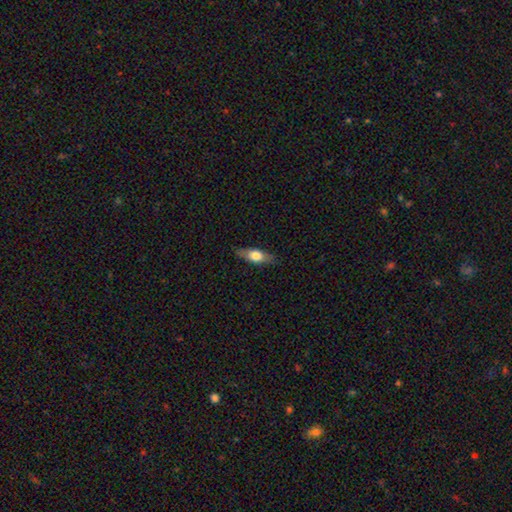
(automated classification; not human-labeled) Q: Smooth or featured?
A: smooth (61%); runner-up: featured or disk (32%)
Q: How rounded?
A: in between (64%); runner-up: cigar-shaped (33%)
Q: Merging?
A: none (83%); runner-up: minor disturbance (13%)